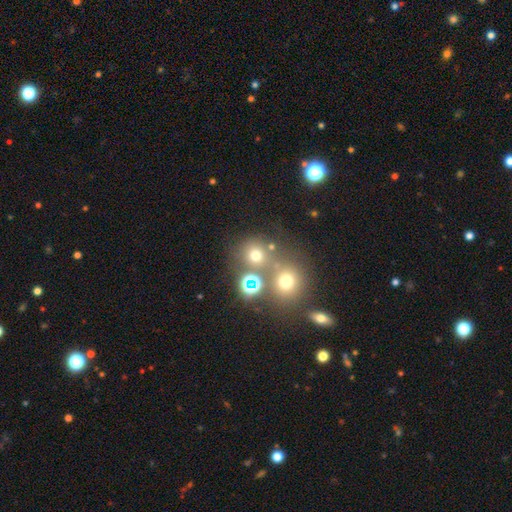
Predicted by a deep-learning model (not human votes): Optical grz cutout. It shows a smooth galaxy with no disk features (63%) that is round (86%). Merging: none (61%).